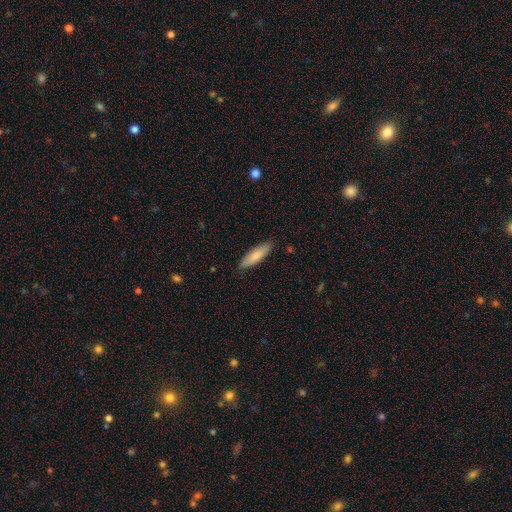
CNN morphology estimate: Smooth or featured?
  - smooth: 82% *
  - featured or disk: 13%
  - star or artifact: 6%
How rounded?
  - cigar-shaped: 60% *
  - in between: 39%
  - round: 1%
Merging?
  - none: 86% *
  - minor disturbance: 11%
  - major disturbance: 2%
  - merger: 1%